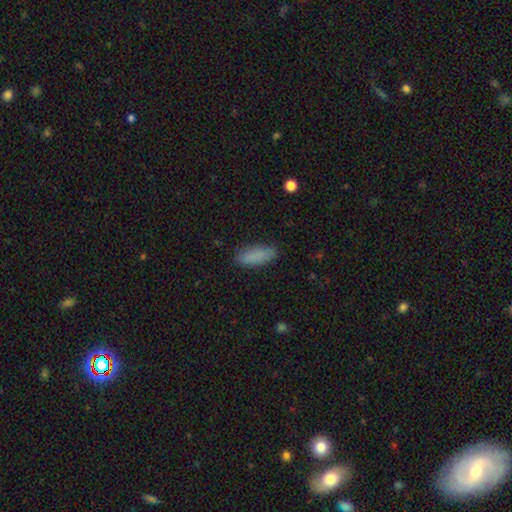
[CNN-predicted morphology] smooth 87%, star or artifact 7%, featured or disk 6%. Down the decision tree: how rounded — in between (59%); merging — none (86%).